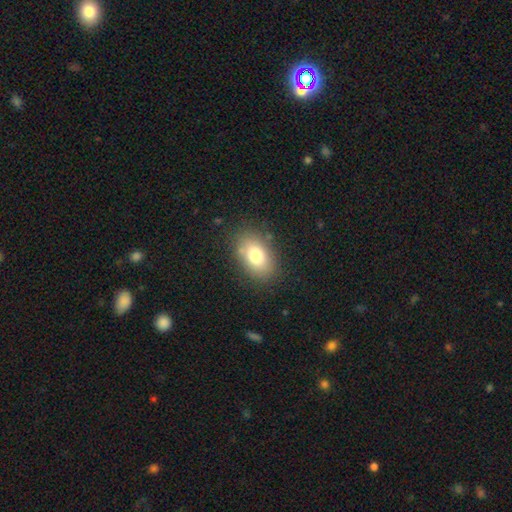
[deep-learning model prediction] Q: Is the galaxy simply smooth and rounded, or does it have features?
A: smooth — 77%.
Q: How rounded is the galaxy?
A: in between — 84%.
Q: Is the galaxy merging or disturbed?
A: none — 82%.